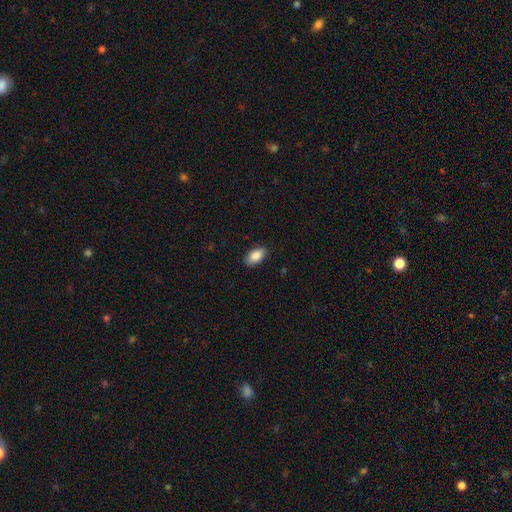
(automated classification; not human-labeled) smooth 89%, star or artifact 7%, featured or disk 5%. Down the decision tree: how rounded — in between (93%); merging — none (87%).